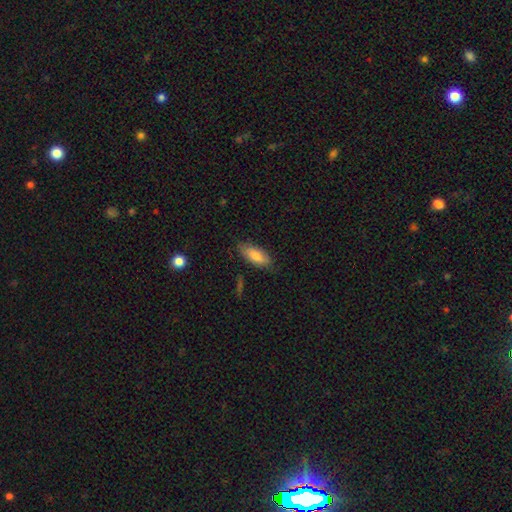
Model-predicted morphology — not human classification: The model was most divided on "merging": none: 79%, minor disturbance: 17%, major disturbance: 3%, merger: 2%. More confident: how rounded — in between (84%); smooth or featured — smooth (79%).